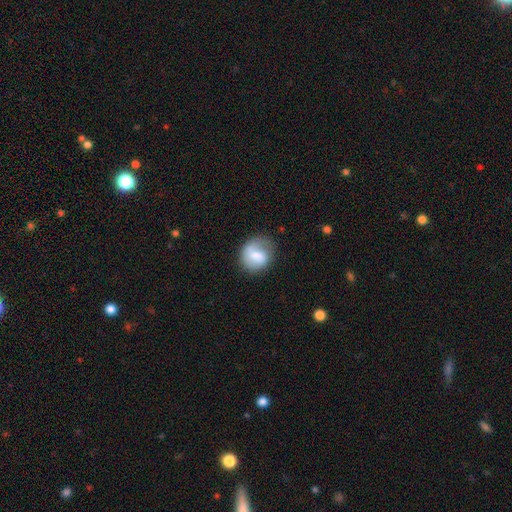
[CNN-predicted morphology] smooth 64%, featured or disk 29%, star or artifact 7%. Down the decision tree: how rounded — round (68%); merging — none (55%).